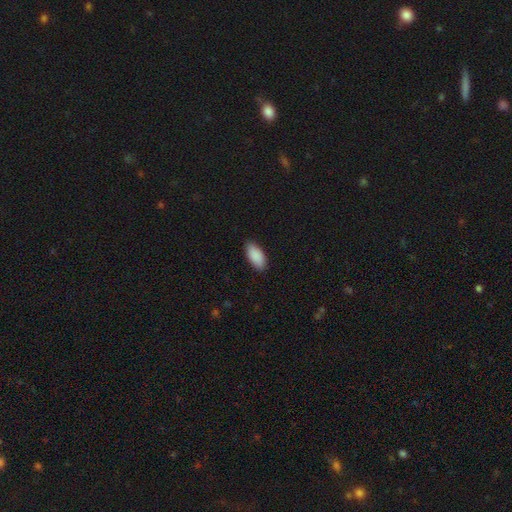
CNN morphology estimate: A smooth galaxy with no disk features (91%) that is in between round and cigar-shaped (91%).

Vote fractions:
- Smooth or featured? smooth: 91% / star or artifact: 6% / featured or disk: 4%
- How rounded? in between: 91% / cigar-shaped: 7% / round: 2%
- Merging? none: 87% / minor disturbance: 10% / major disturbance: 2% / merger: 1%